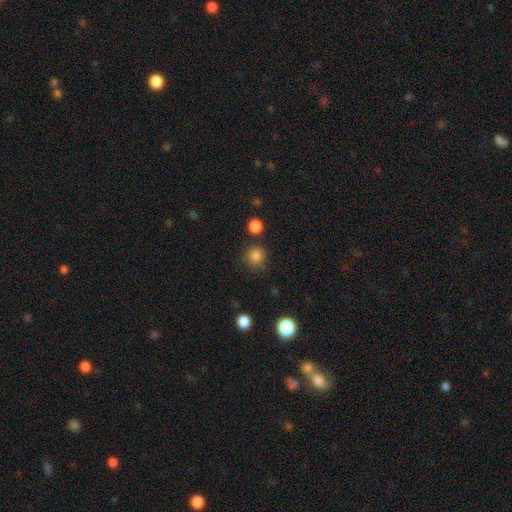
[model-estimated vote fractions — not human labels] The model was most divided on "merging": none: 81%, minor disturbance: 11%, merger: 5%, major disturbance: 4%. More confident: how rounded — round (92%); smooth or featured — smooth (83%).